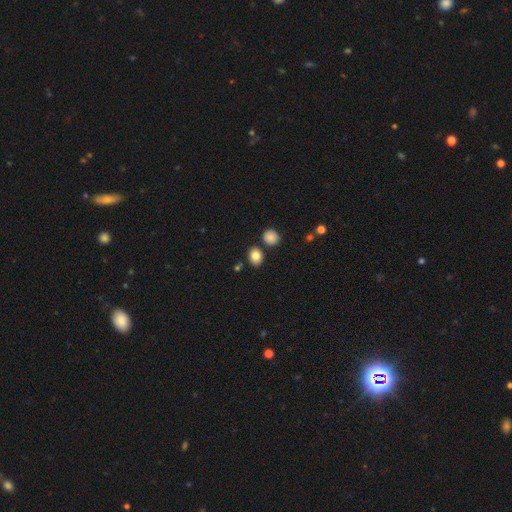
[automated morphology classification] Smooth or featured?
  - smooth: 83% *
  - star or artifact: 10%
  - featured or disk: 7%
How rounded?
  - in between: 54% *
  - round: 45%
  - cigar-shaped: 1%
Merging?
  - none: 79% *
  - minor disturbance: 10%
  - merger: 9%
  - major disturbance: 2%